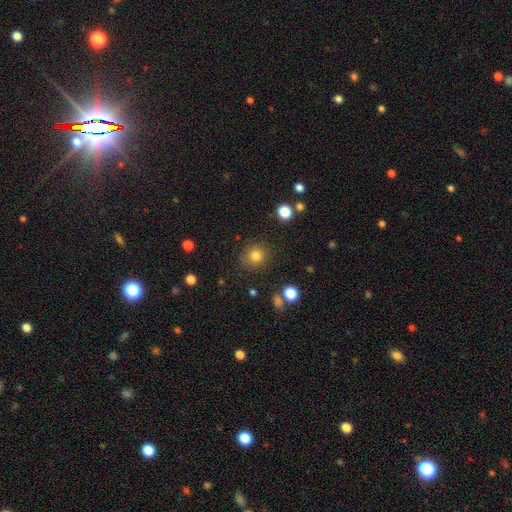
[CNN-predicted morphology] Smooth or featured: smooth — 81% (star or artifact — 13%)
How rounded: round — 84% (in between — 15%)
Merging: none — 84% (minor disturbance — 10%)